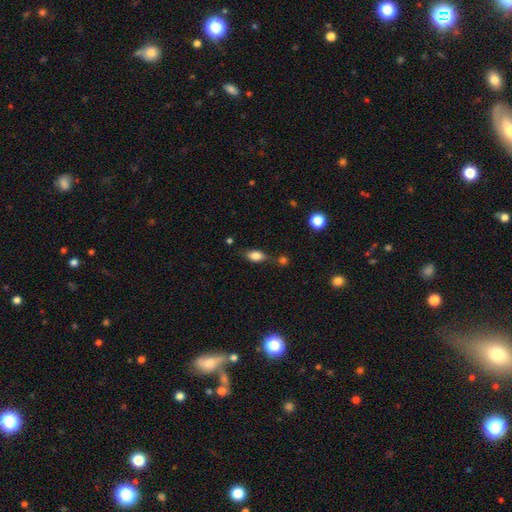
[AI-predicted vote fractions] A smooth galaxy with no disk features (79%) that is in between round and cigar-shaped (85%). Merging: none (68%).